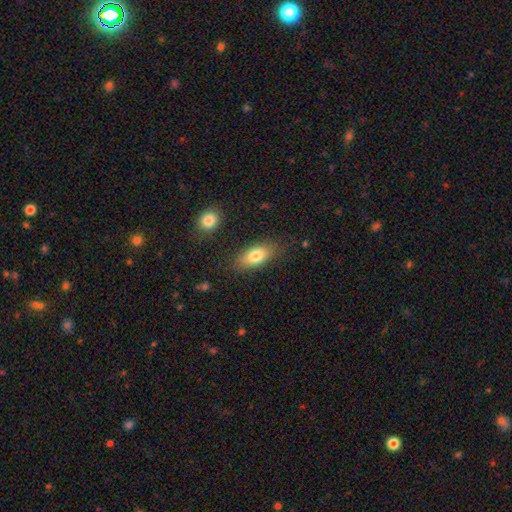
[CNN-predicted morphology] type=smooth (78%); roundness=in between (86%); merging=none (79%).